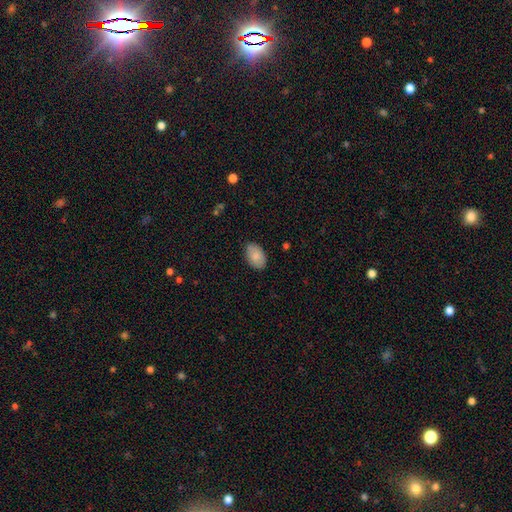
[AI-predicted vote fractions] Smooth or featured?
  - smooth: 84% *
  - featured or disk: 10%
  - star or artifact: 6%
How rounded?
  - in between: 92% *
  - round: 7%
  - cigar-shaped: 1%
Merging?
  - none: 84% *
  - minor disturbance: 12%
  - major disturbance: 2%
  - merger: 1%